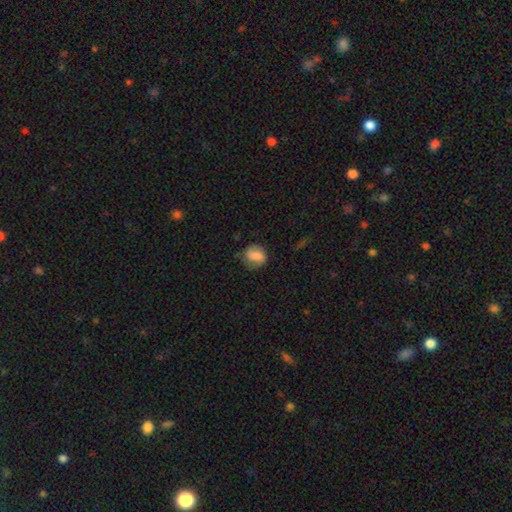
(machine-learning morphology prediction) This appears to be a smooth galaxy with no disk features (71%) that is round (55%). Merging: none (58%).